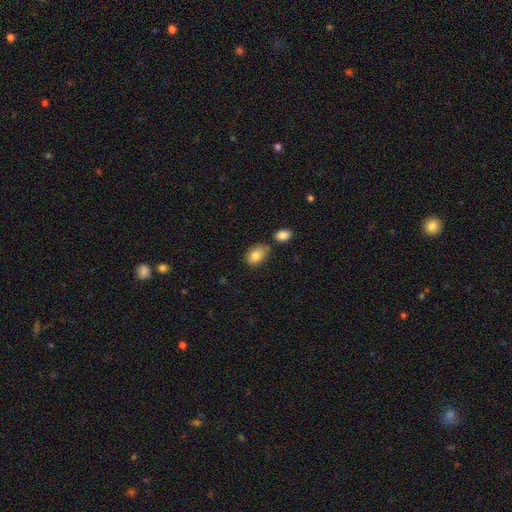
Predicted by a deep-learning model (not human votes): Overall: smooth (83%). How rounded: in between (84%). Merging: none (61%; minor disturbance 22%).